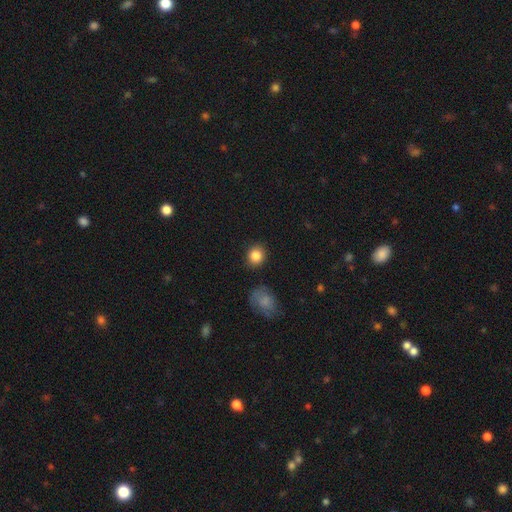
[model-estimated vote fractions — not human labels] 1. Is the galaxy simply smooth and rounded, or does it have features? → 85% smooth, 10% star or artifact, 5% featured or disk.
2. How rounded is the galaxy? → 77% round, 22% in between, 1% cigar-shaped.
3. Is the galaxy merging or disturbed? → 87% none, 8% minor disturbance, 2% major disturbance, 2% merger.